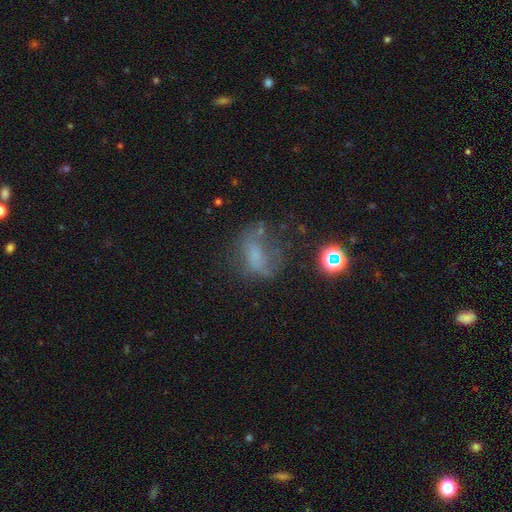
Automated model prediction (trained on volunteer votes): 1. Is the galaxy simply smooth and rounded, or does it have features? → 46% smooth, 31% featured or disk, 23% star or artifact.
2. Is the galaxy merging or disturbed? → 40% none, 29% major disturbance, 25% minor disturbance, 6% merger.